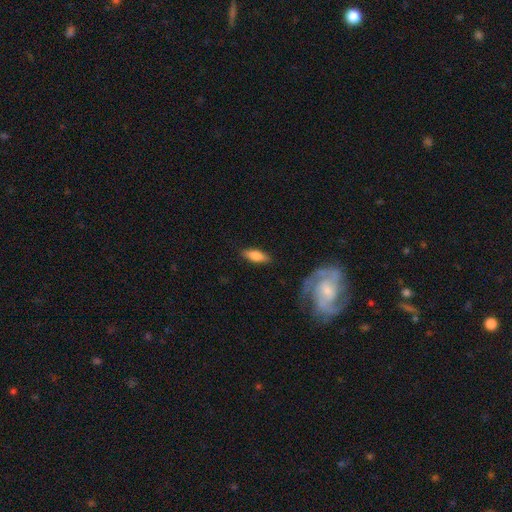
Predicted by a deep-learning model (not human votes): This appears to be a smooth galaxy with no disk features (71%) that is in between round and cigar-shaped (67%). Merging: none (85%).